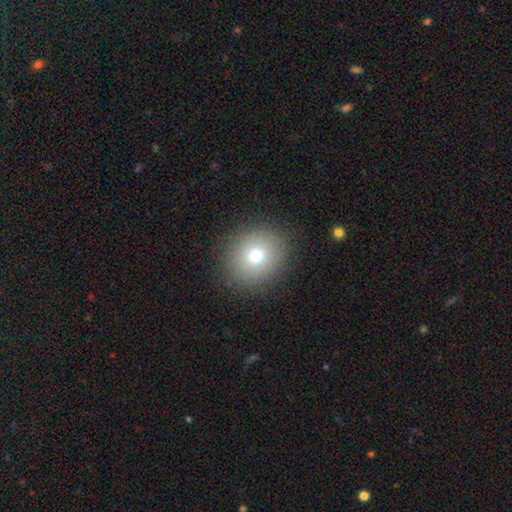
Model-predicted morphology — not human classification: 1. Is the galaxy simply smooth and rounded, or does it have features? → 75% smooth, 13% star or artifact, 12% featured or disk.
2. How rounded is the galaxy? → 77% round, 22% in between, 1% cigar-shaped.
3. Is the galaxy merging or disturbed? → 88% none, 8% minor disturbance, 3% major disturbance, 1% merger.